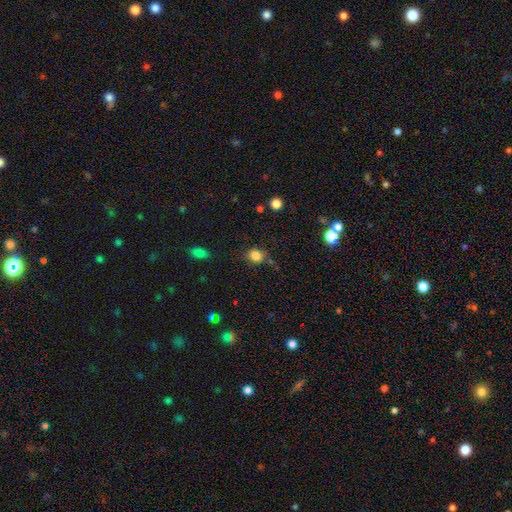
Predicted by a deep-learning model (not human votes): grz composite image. It shows a smooth galaxy with no disk features (83%) that is round (72%). Merging: none (74%).